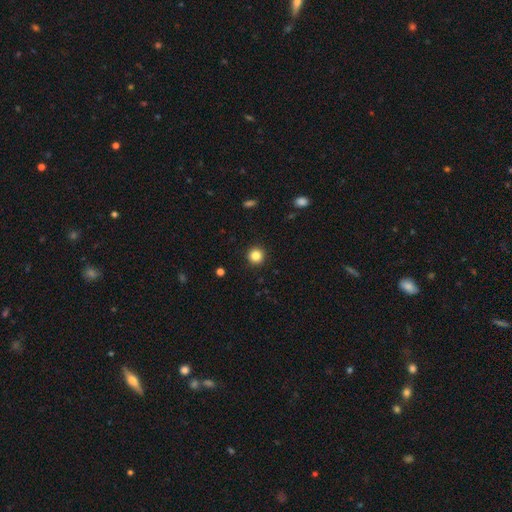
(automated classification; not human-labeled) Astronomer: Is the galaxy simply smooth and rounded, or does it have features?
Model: smooth — 84%.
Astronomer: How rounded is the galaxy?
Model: round — 95%.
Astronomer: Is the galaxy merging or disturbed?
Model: none — 93%.